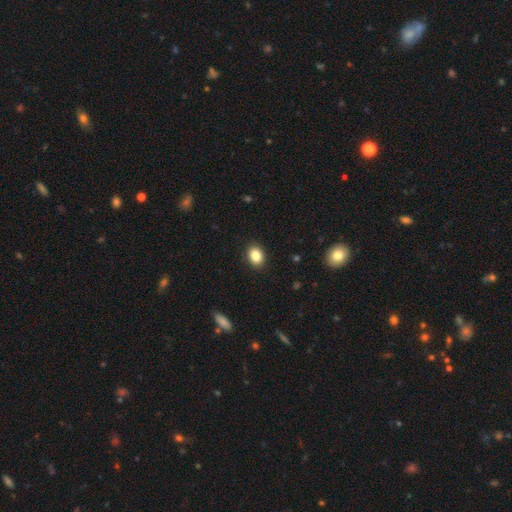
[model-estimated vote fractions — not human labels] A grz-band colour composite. It shows a smooth galaxy with no disk features (86%) that is in between round and cigar-shaped (62%). Merging: none (90%).